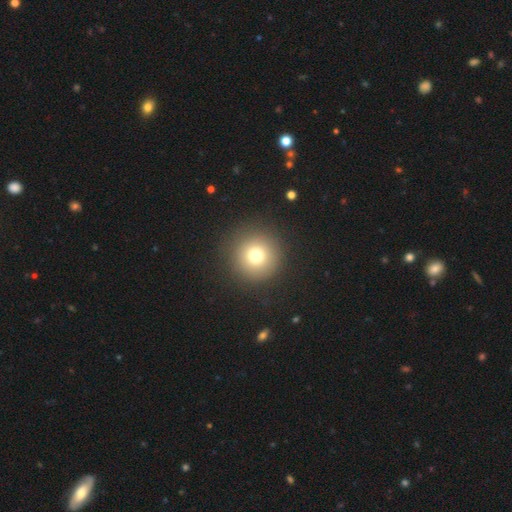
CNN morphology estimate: Smooth or featured: smooth — 75% (star or artifact — 15%)
How rounded: round — 96% (in between — 3%)
Merging: none — 90% (minor disturbance — 6%)